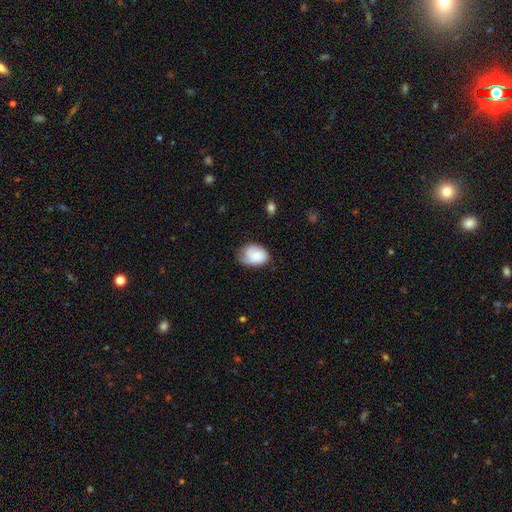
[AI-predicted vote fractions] Overall: smooth (61%; featured or disk 31%). How rounded: in between (69%; round 30%). Merging: none (51%; minor disturbance 36%).